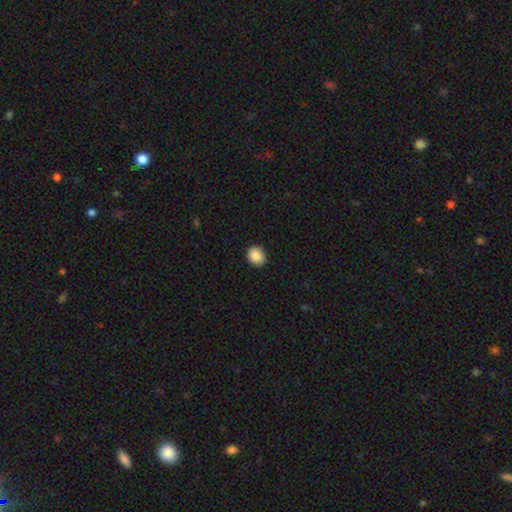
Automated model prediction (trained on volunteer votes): Smooth or featured: smooth — 88% (star or artifact — 8%)
How rounded: round — 57% (in between — 42%)
Merging: none — 86% (minor disturbance — 11%)